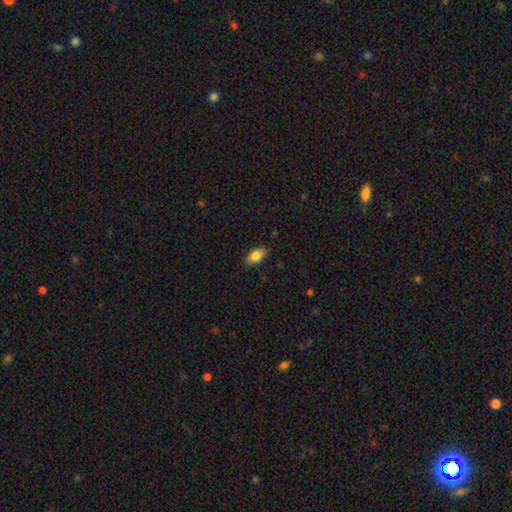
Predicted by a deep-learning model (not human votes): smooth_or_featured: smooth (p=0.84) [alt: featured or disk p=0.09]
how_rounded: in between (p=0.91) [alt: cigar-shaped p=0.05]
merging: none (p=0.87) [alt: minor disturbance p=0.10]